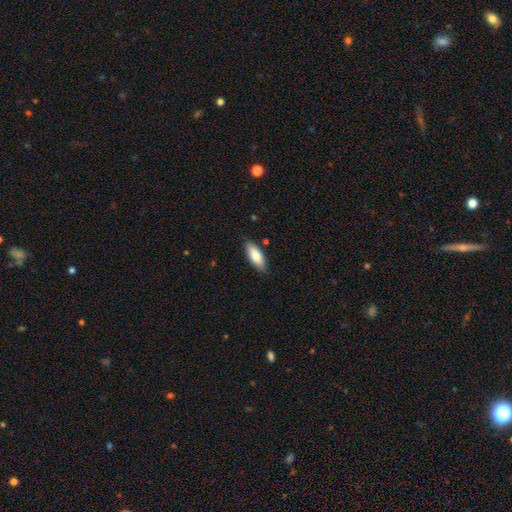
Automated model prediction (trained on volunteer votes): smooth-or-featured: smooth: 82% | featured or disk: 12% | star or artifact: 6%
  how-rounded: in between: 73% | cigar-shaped: 25% | round: 2%
  merging: none: 86% | minor disturbance: 10% | major disturbance: 2% | merger: 1%